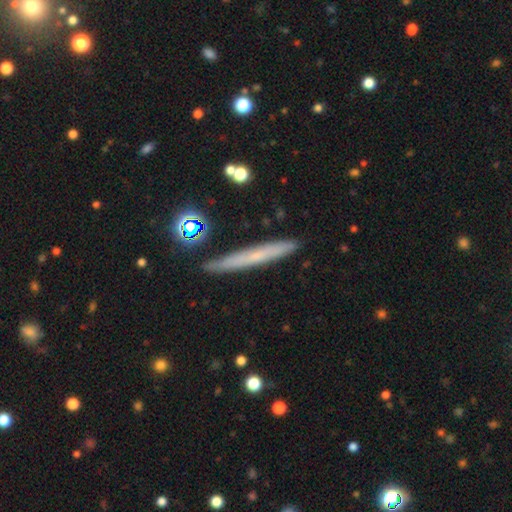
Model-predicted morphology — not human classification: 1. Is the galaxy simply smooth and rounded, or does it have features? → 49% smooth, 42% featured or disk, 9% star or artifact.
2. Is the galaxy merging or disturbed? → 87% none, 9% minor disturbance, 2% merger, 2% major disturbance.